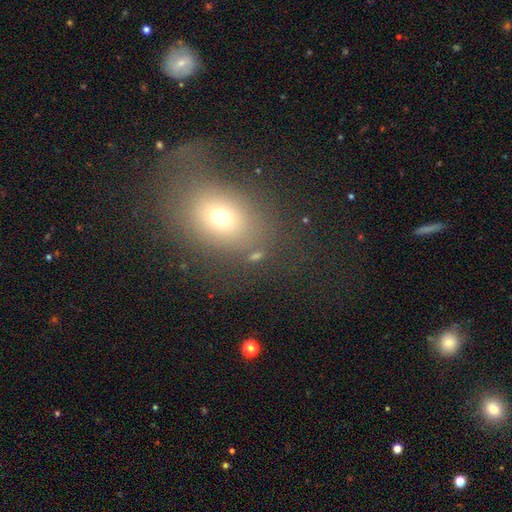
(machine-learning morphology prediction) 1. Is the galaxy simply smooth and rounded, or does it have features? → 62% smooth, 25% star or artifact, 13% featured or disk.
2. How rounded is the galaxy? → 49% in between, 48% round, 3% cigar-shaped.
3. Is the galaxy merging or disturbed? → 73% none, 12% minor disturbance, 8% merger, 7% major disturbance.